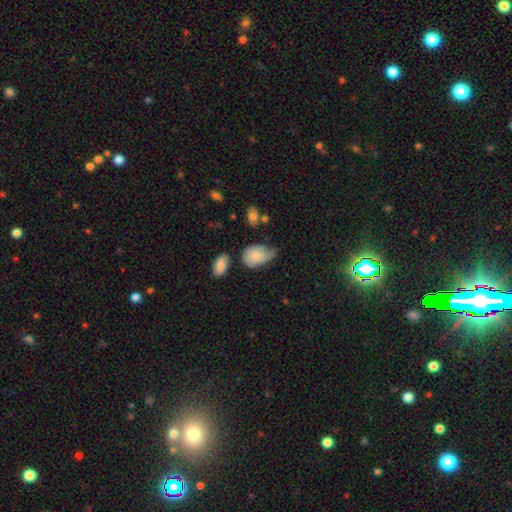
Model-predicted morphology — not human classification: The model was most divided on "merging": minor disturbance: 48%, none: 25%, major disturbance: 23%, merger: 5%. More confident: how rounded — in between (78%); smooth or featured — smooth (73%).